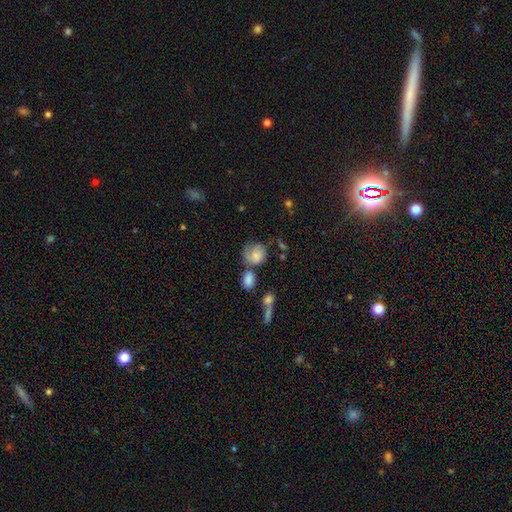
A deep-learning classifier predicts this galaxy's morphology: smooth-or-featured: smooth: 65% | featured or disk: 26% | star or artifact: 9%
  how-rounded: round: 68% | in between: 31% | cigar-shaped: 1%
  merging: none: 41% | minor disturbance: 25% | merger: 17% | major disturbance: 17%